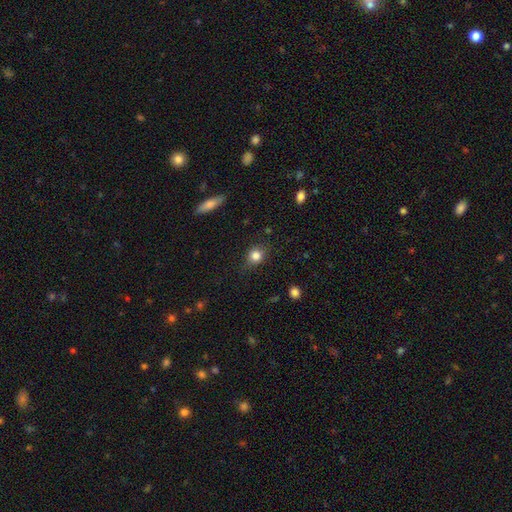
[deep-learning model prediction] The model was most divided on "how rounded": round: 71%, in between: 28%, cigar-shaped: 2%. More confident: smooth or featured — smooth (83%); merging — none (77%).